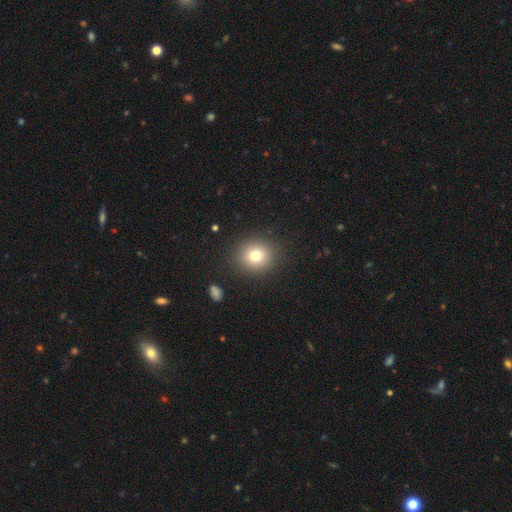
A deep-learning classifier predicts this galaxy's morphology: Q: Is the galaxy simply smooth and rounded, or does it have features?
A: smooth — 76%.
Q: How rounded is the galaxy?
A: round — 86%.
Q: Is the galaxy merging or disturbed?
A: none — 89%.